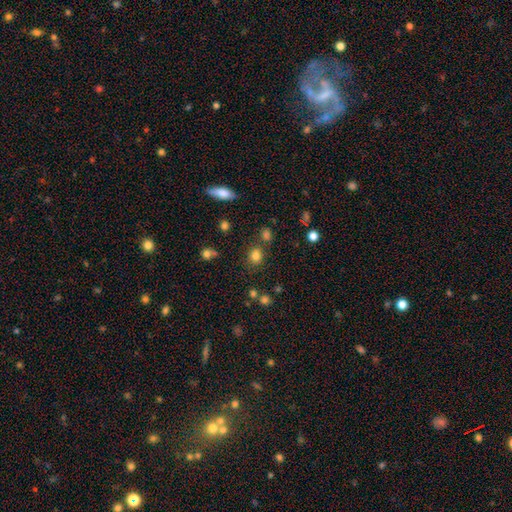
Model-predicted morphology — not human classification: Smooth or featured: smooth — 79% (star or artifact — 15%)
How rounded: round — 71% (in between — 28%)
Merging: none — 75% (minor disturbance — 11%)